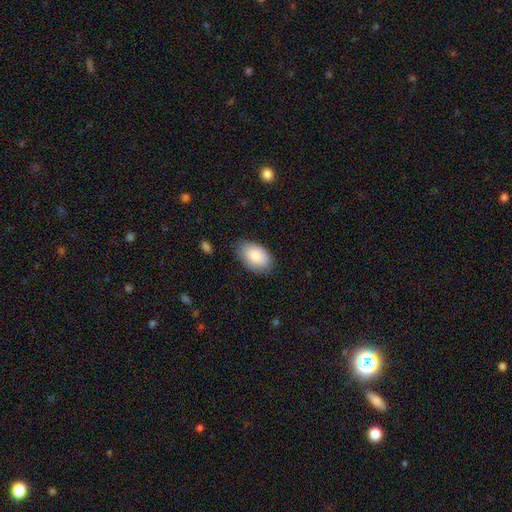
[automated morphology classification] Smooth or featured? smooth (86%)
How rounded? in between (93%)
Merging? none (79%)